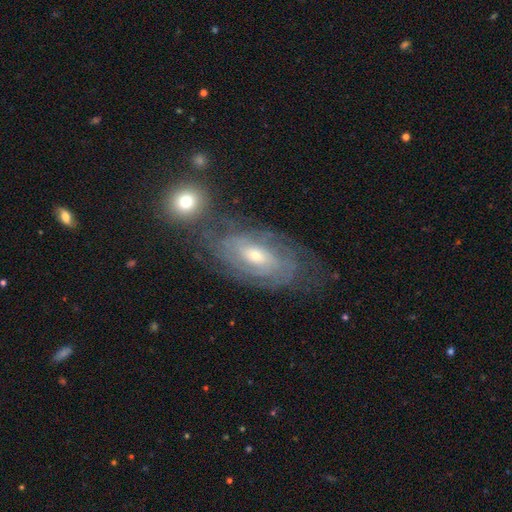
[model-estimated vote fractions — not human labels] Morphology: type=featured or disk (81%); edge-on=no (94%); bar=no (63%); spiral arms=yes (92%); winding=tight (72%); arm count=can't tell (48%); bulge=small (60%); merging=none (61%).